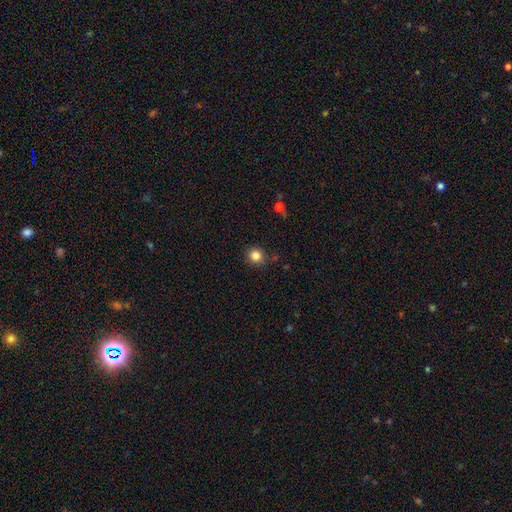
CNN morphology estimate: Overall: smooth (84%). How rounded: round (89%). Merging: none (85%).